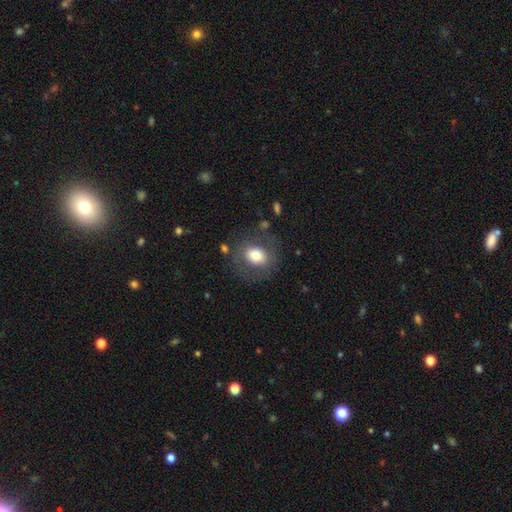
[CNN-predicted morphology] The model was most divided on "how rounded": round: 54%, in between: 45%, cigar-shaped: 1%. More confident: merging — none (76%); smooth or featured — smooth (72%).